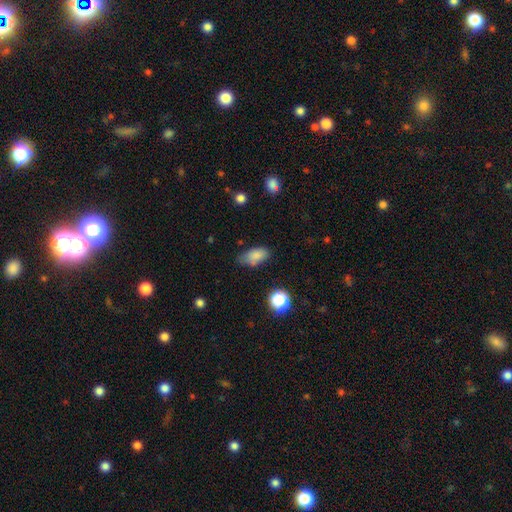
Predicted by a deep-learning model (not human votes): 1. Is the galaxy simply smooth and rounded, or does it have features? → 82% smooth, 10% star or artifact, 8% featured or disk.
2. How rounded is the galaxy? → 90% in between, 6% round, 4% cigar-shaped.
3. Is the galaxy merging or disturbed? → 62% none, 27% minor disturbance, 7% major disturbance, 4% merger.